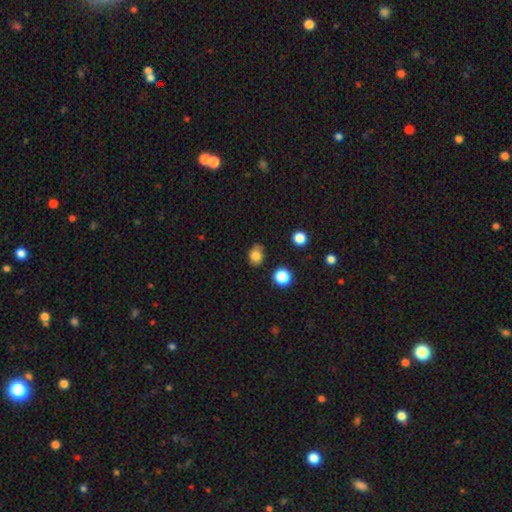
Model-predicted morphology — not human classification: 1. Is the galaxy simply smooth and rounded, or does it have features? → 82% smooth, 12% star or artifact, 5% featured or disk.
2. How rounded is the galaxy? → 50% round, 49% in between, 1% cigar-shaped.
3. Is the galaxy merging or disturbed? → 75% none, 18% minor disturbance, 3% major disturbance, 3% merger.